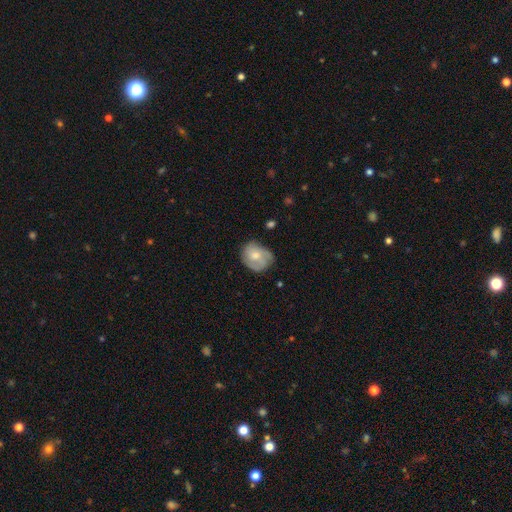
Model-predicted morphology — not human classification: featured or disk 52%, smooth 42%, star or artifact 7%. Down the decision tree: edge-on disk — no (97%); bar — no (75%); spiral arms — yes (79%); bulge size — moderate (58%); merging — none (61%).